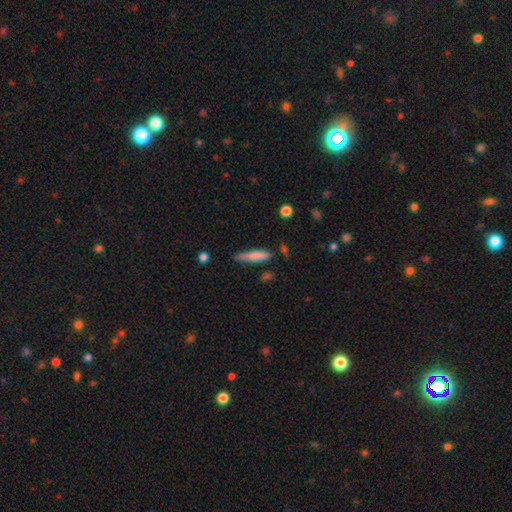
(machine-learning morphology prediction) Q: Smooth or featured?
A: smooth (77%); runner-up: featured or disk (17%)
Q: How rounded?
A: cigar-shaped (86%); runner-up: in between (13%)
Q: Merging?
A: none (65%); runner-up: minor disturbance (26%)